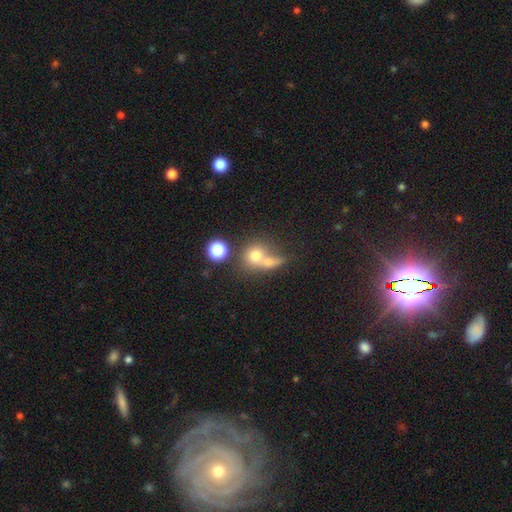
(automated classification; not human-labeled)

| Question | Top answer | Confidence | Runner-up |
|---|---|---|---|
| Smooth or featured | smooth | 68% | featured or disk (18%) |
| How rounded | round | 70% | in between (27%) |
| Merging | merger | 50% | none (32%) |